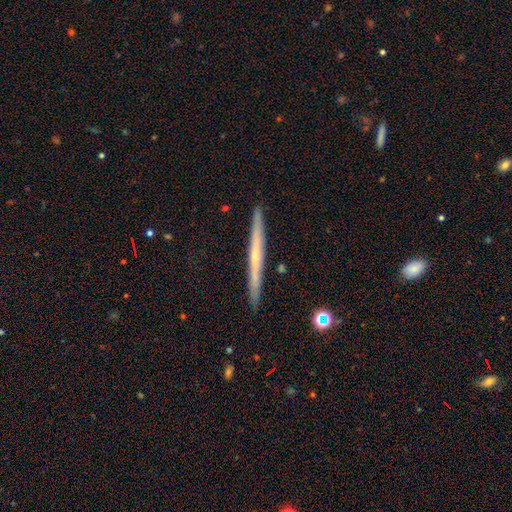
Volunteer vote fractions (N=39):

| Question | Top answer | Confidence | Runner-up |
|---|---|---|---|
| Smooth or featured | featured or disk | 56% | smooth (33%) |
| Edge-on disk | yes | 100% | — |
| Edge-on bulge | none | 73% | rounded (18%) |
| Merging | none | 94% | merger (6%) |